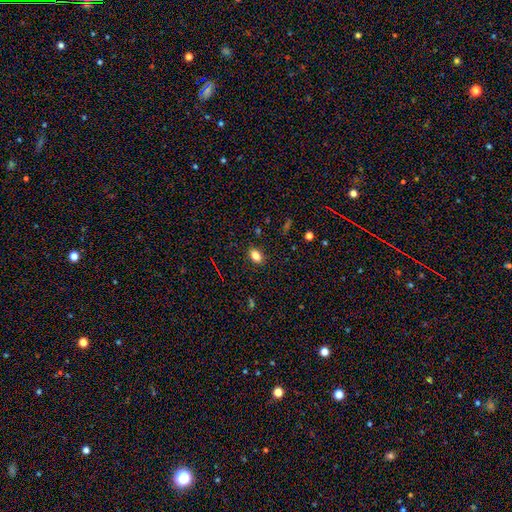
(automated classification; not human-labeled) The model was most divided on "how rounded": in between: 82%, round: 16%, cigar-shaped: 2%. More confident: merging — none (87%); smooth or featured — smooth (82%).